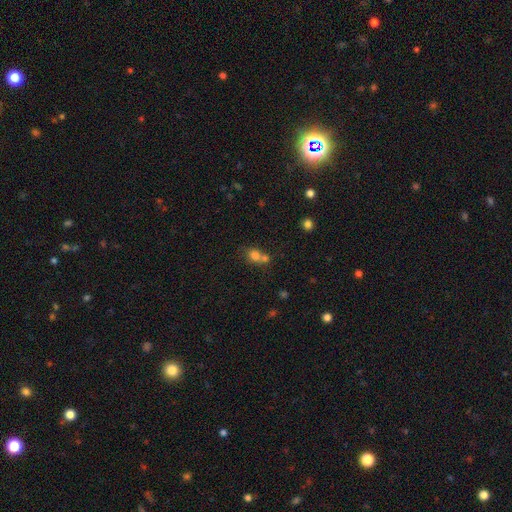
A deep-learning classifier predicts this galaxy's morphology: Overall: smooth (76%). How rounded: round (70%). Merging: merger (50%; none 38%).